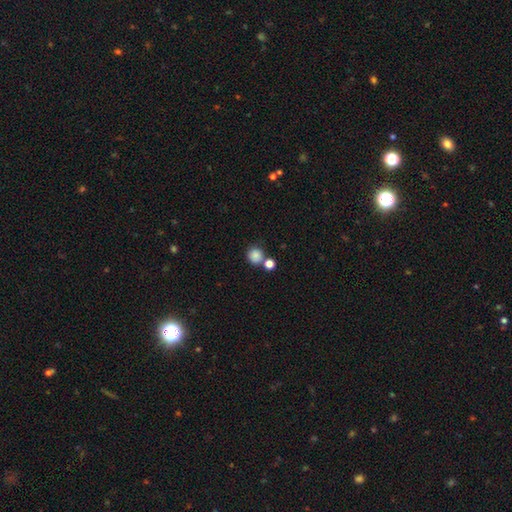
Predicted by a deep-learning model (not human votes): smooth 85%, star or artifact 10%, featured or disk 5%. Down the decision tree: how rounded — round (91%); merging — none (65%).